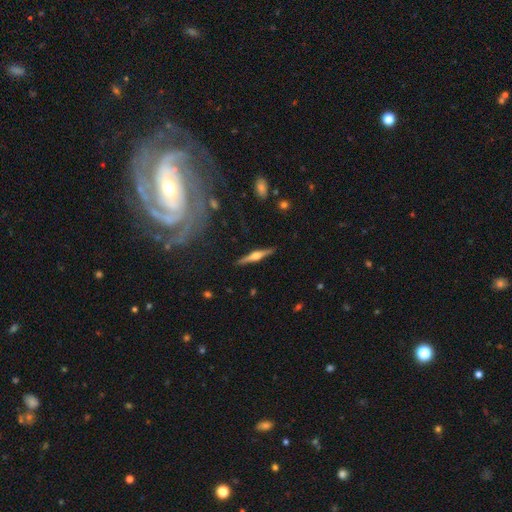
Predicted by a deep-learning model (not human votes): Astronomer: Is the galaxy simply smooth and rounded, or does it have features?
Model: featured or disk — 75%.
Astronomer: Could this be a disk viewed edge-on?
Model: yes — 98%.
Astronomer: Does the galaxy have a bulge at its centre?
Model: rounded — 90%.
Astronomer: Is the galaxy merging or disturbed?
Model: none — 90%.